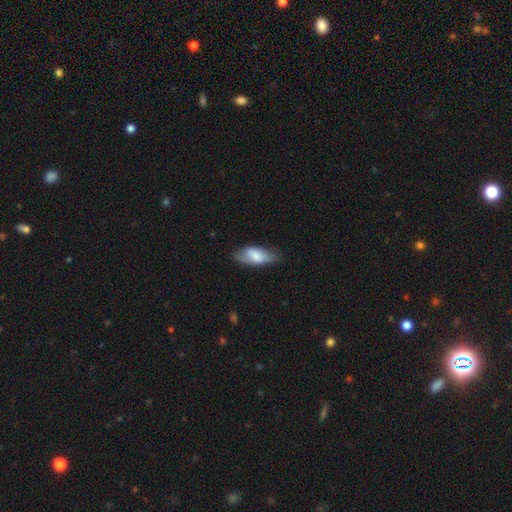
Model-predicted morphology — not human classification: smooth_or_featured: smooth (p=0.72) [alt: featured or disk p=0.22]
how_rounded: in between (p=0.83) [alt: cigar-shaped p=0.14]
merging: none (p=0.63) [alt: minor disturbance p=0.28]